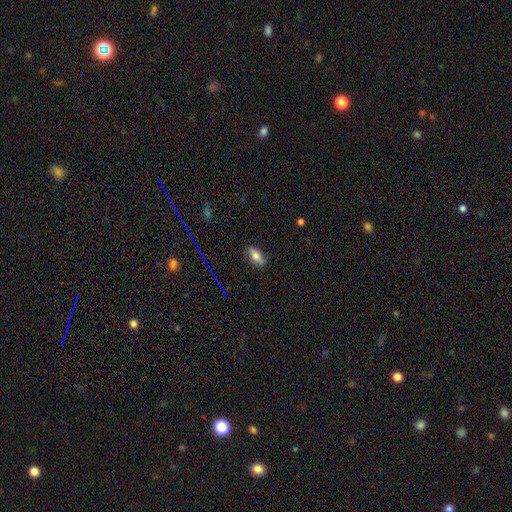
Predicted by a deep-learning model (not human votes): Smooth or featured: smooth — 71% (featured or disk — 19%)
How rounded: in between — 86% (cigar-shaped — 10%)
Merging: none — 82% (minor disturbance — 14%)